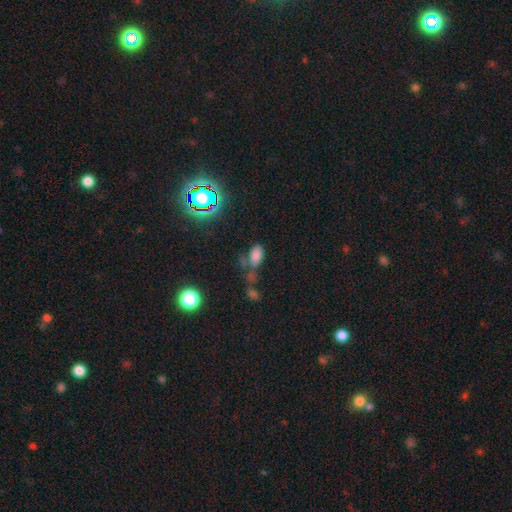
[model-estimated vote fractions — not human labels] Q: Smooth or featured?
A: smooth (73%); runner-up: star or artifact (20%)
Q: How rounded?
A: in between (92%); runner-up: round (5%)
Q: Merging?
A: none (46%); runner-up: merger (22%)